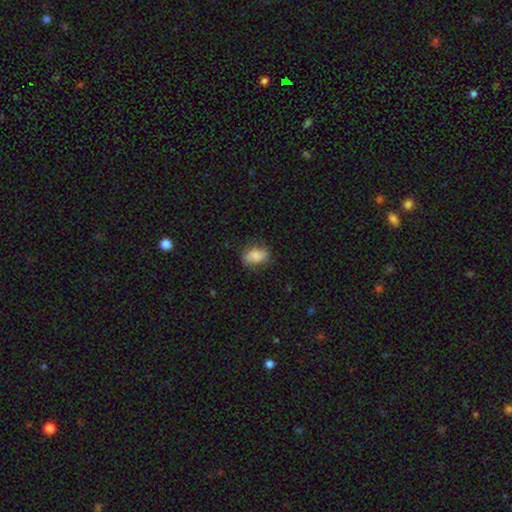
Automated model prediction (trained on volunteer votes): smooth-or-featured: smooth: 81% | featured or disk: 12% | star or artifact: 7%
  how-rounded: in between: 87% | round: 10% | cigar-shaped: 2%
  merging: none: 75% | minor disturbance: 19% | major disturbance: 5% | merger: 1%